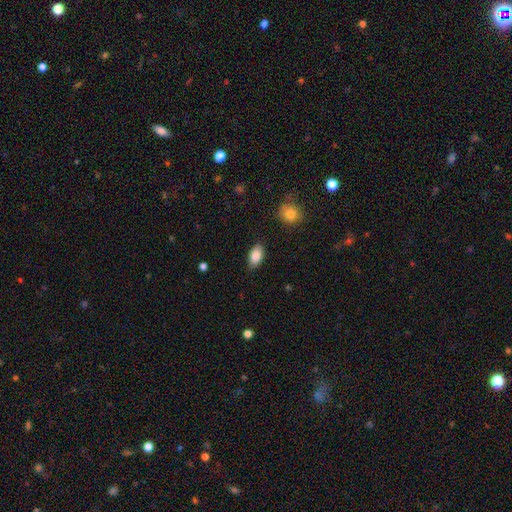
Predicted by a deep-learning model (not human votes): The model was most divided on "merging": none: 85%, minor disturbance: 12%, major disturbance: 2%, merger: 1%. More confident: how rounded — in between (92%); smooth or featured — smooth (87%).